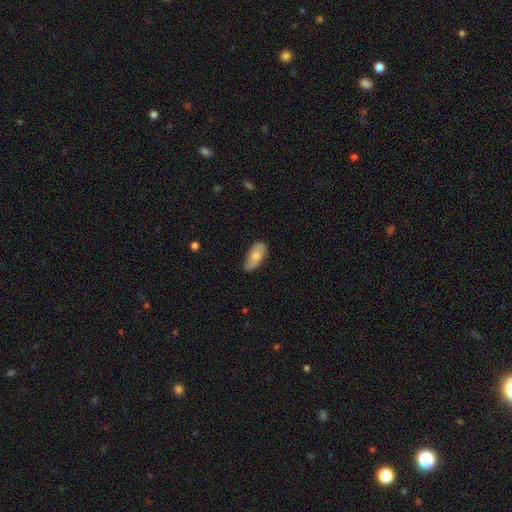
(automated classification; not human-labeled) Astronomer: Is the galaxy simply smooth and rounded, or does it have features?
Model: smooth — 71%.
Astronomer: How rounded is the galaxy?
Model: in between — 90%.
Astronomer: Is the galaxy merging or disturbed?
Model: none — 77%.